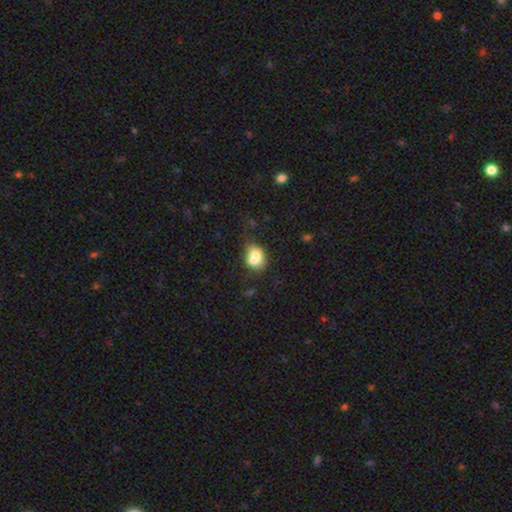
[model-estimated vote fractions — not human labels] Smooth or featured: smooth — 71% (featured or disk — 19%)
How rounded: in between — 55% (round — 44%)
Merging: merger — 45% (none — 33%)